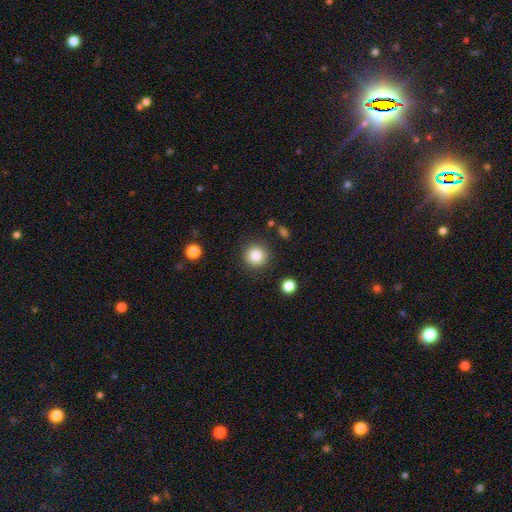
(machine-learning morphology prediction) Q: Smooth or featured?
A: smooth (85%); runner-up: star or artifact (10%)
Q: How rounded?
A: round (94%); runner-up: in between (5%)
Q: Merging?
A: none (89%); runner-up: minor disturbance (6%)